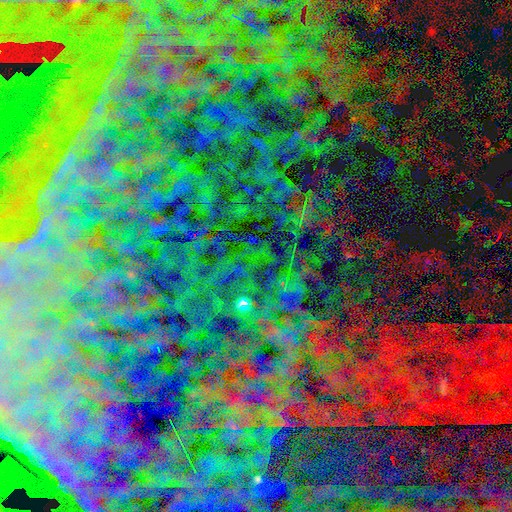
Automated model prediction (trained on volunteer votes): Smooth or featured? Predicted: star or artifact (p=0.81).